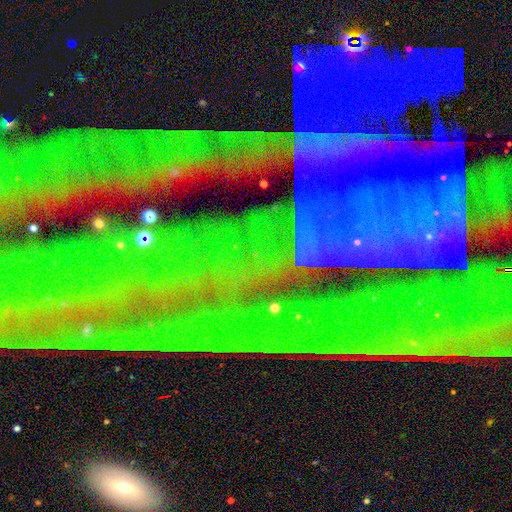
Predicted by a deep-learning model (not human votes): Morphology: type=star or artifact (81%).